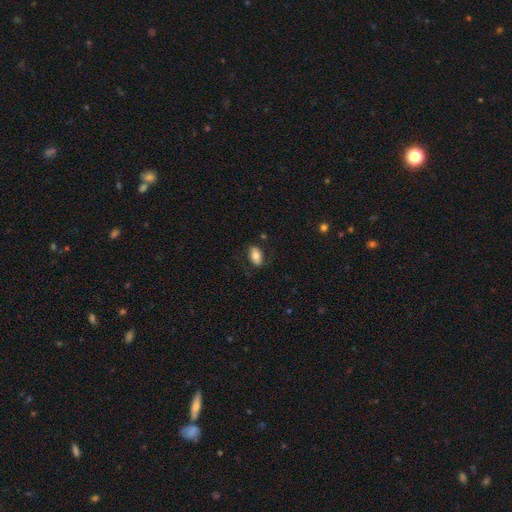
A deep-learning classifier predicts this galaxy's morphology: A smooth galaxy with no disk features (76%) that is in between round and cigar-shaped (91%). Merging: none (78%).